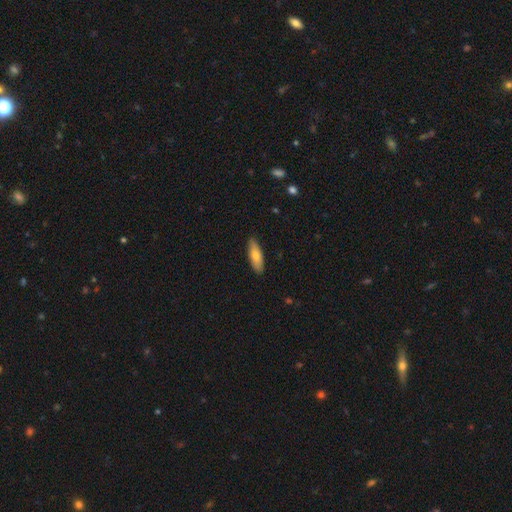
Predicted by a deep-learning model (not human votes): The model was most divided on "how rounded": in between: 57%, cigar-shaped: 41%, round: 2%. More confident: merging — none (88%); smooth or featured — smooth (75%).